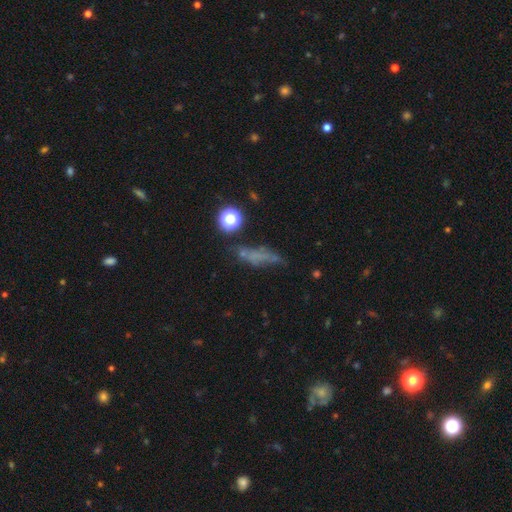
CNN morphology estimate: smooth-or-featured: smooth: 46% | featured or disk: 29% | star or artifact: 25%
  merging: none: 51% | minor disturbance: 22% | major disturbance: 18% | merger: 9%